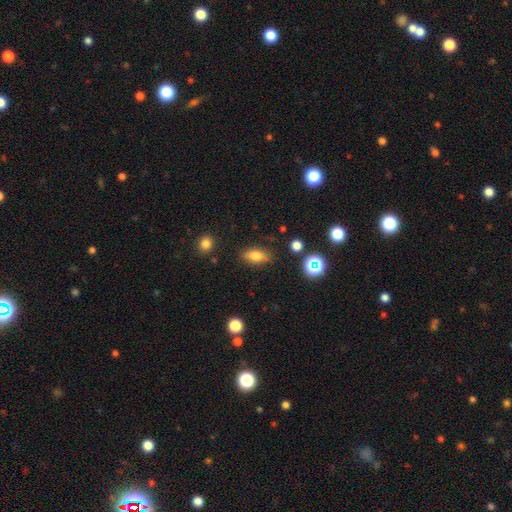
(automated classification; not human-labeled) Smooth or featured? smooth (72%)
How rounded? in between (80%)
Merging? none (82%)